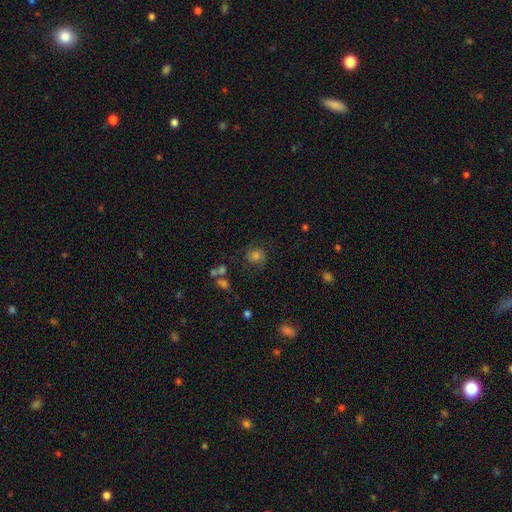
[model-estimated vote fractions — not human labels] Overall: smooth (49%; featured or disk 34%). Merging: none (69%).